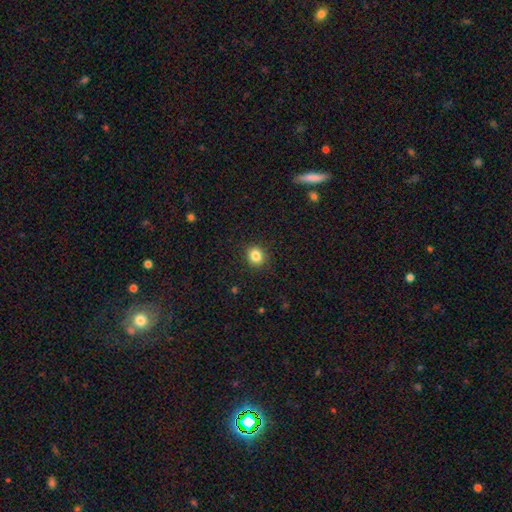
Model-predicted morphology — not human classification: Smooth or featured?
  - smooth: 84% *
  - star or artifact: 11%
  - featured or disk: 5%
How rounded?
  - round: 79% *
  - in between: 20%
  - cigar-shaped: 1%
Merging?
  - none: 90% *
  - minor disturbance: 7%
  - major disturbance: 2%
  - merger: 1%